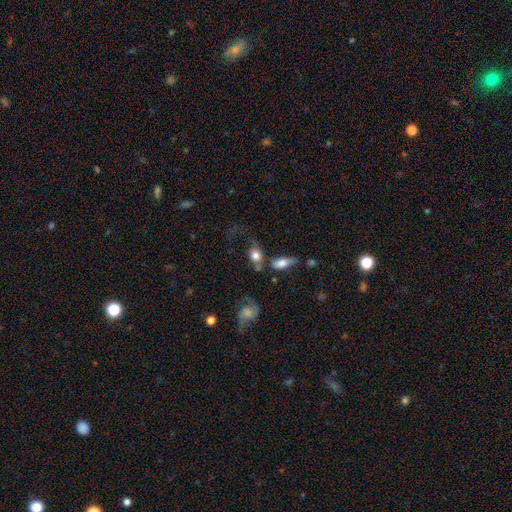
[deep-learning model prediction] This appears to be a smooth galaxy with no disk features (73%) that is in between round and cigar-shaped (58%). Merging: none (36%).